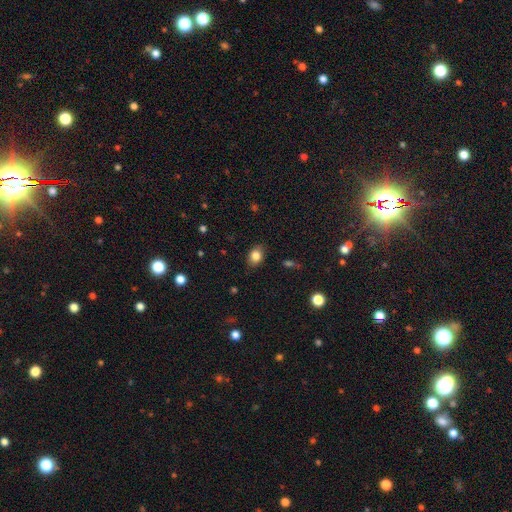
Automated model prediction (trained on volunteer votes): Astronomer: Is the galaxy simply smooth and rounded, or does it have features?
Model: smooth — 82%.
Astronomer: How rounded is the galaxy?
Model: in between — 68%.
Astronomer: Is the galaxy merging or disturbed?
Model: none — 84%.